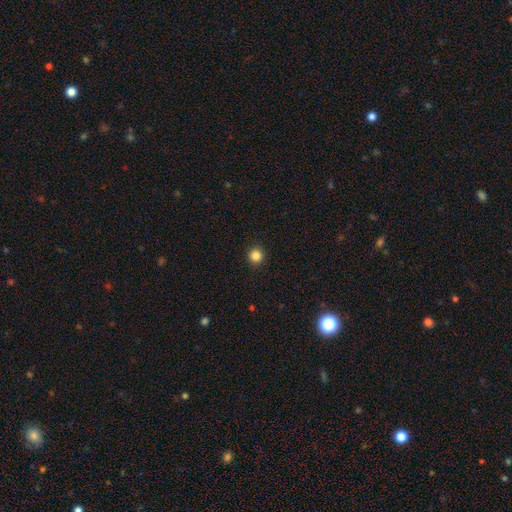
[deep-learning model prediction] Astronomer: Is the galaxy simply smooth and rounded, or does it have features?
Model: smooth — 85%.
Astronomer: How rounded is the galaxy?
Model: round — 95%.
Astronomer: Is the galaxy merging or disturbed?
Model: none — 93%.